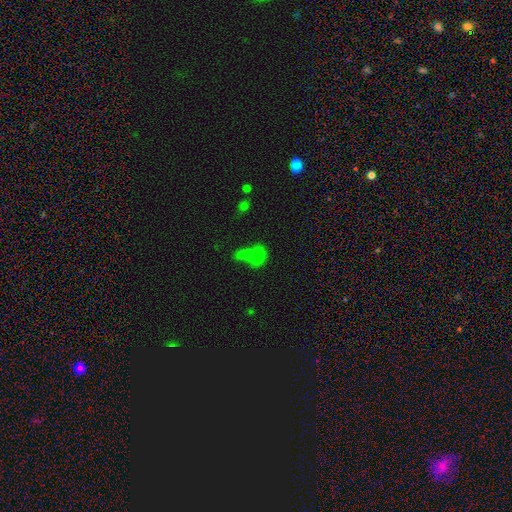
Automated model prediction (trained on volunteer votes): Overall: smooth (69%). How rounded: in between (73%). Merging: merger (58%; none 24%).